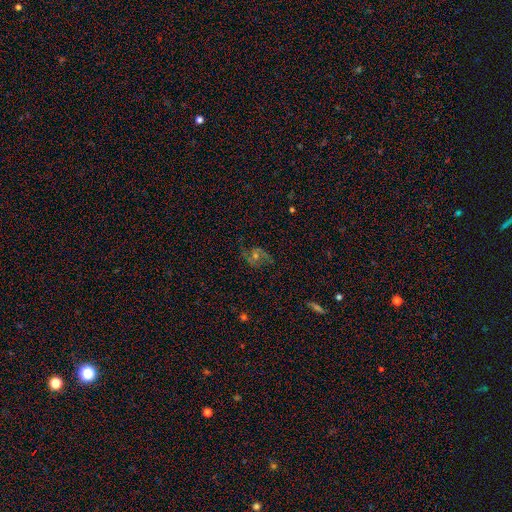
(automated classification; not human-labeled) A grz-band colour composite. It shows a featured or disk galaxy (72%) with no bar (60%), 2 (85%) medium (51%) spiral arms (92%) and a moderate central bulge (49%). Merging: none (72%).